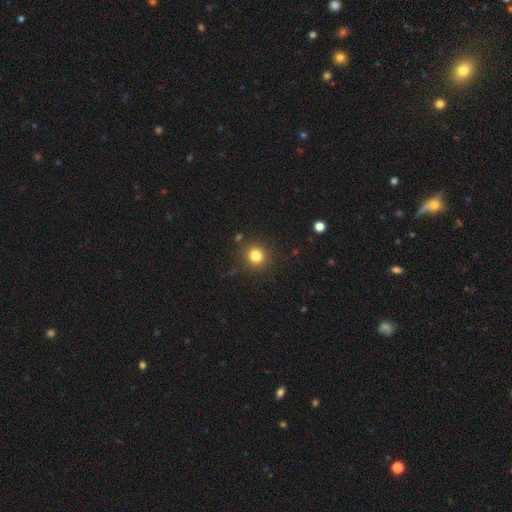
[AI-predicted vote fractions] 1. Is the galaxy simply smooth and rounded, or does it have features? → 81% smooth, 13% star or artifact, 6% featured or disk.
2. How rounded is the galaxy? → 91% round, 8% in between, 1% cigar-shaped.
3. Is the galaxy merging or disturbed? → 88% none, 7% minor disturbance, 3% major disturbance, 2% merger.